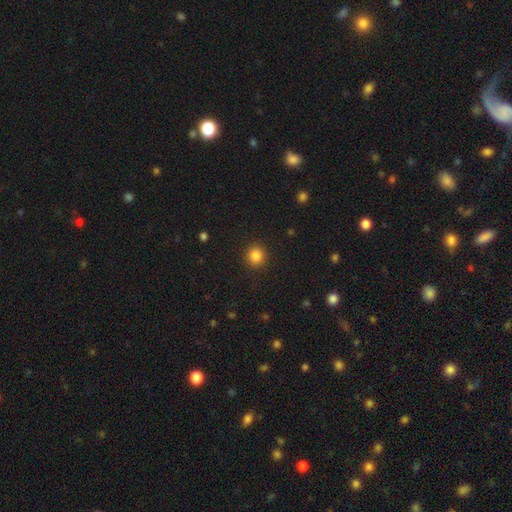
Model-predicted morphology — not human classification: Smooth or featured: smooth — 84% (star or artifact — 11%)
How rounded: round — 90% (in between — 9%)
Merging: none — 91% (minor disturbance — 6%)